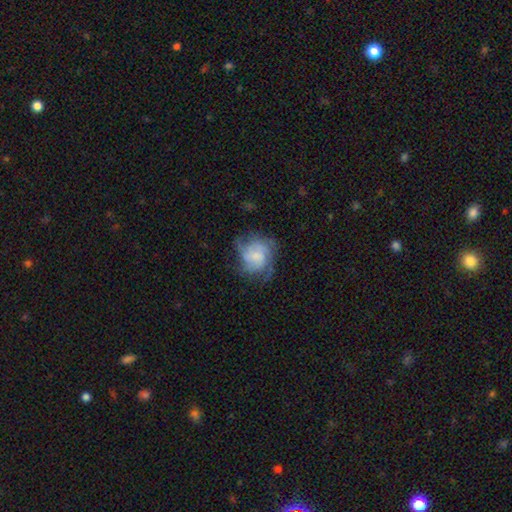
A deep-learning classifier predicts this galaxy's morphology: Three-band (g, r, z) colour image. It shows a featured or disk galaxy (60%) with no bar (69%), spiral arms (85%) and a small central bulge (36%). Merging: none (53%).